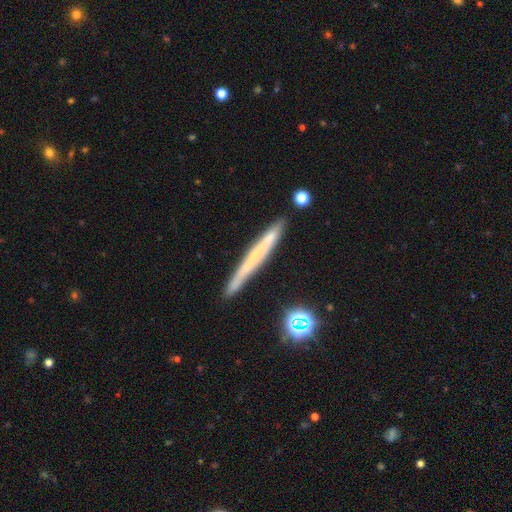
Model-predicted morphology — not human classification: A smooth galaxy with no disk features (47%).

Vote fractions:
- Smooth or featured? smooth: 47% / featured or disk: 45% / star or artifact: 8%
- Merging? none: 87% / minor disturbance: 9% / merger: 2% / major disturbance: 2%